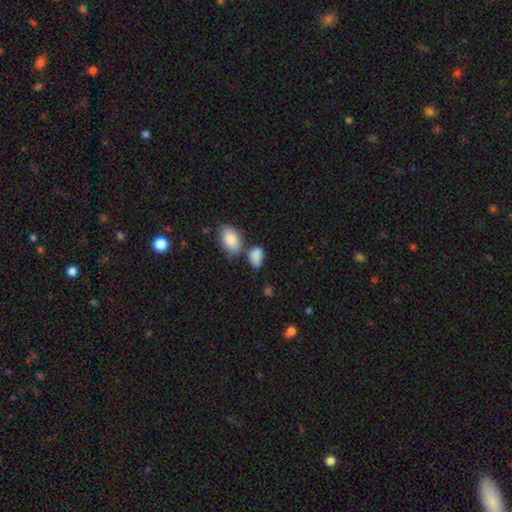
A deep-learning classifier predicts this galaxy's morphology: type=smooth (86%); roundness=in between (90%); merging=none (45%).